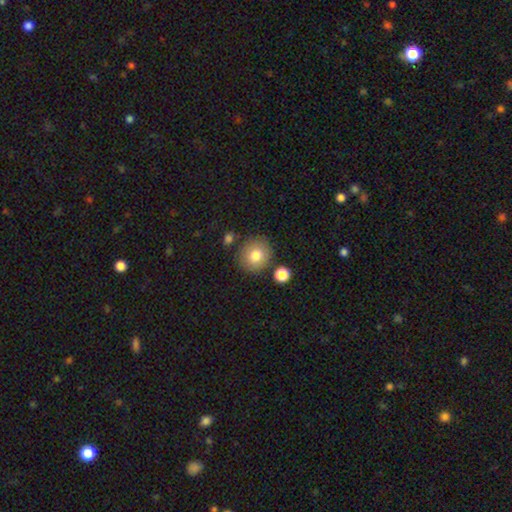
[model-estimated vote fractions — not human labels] A smooth galaxy with no disk features (79%) that is round (86%).

Vote fractions:
- Smooth or featured? smooth: 79% / featured or disk: 11% / star or artifact: 10%
- How rounded? round: 86% / in between: 13% / cigar-shaped: 1%
- Merging? none: 81% / minor disturbance: 10% / merger: 6% / major disturbance: 3%